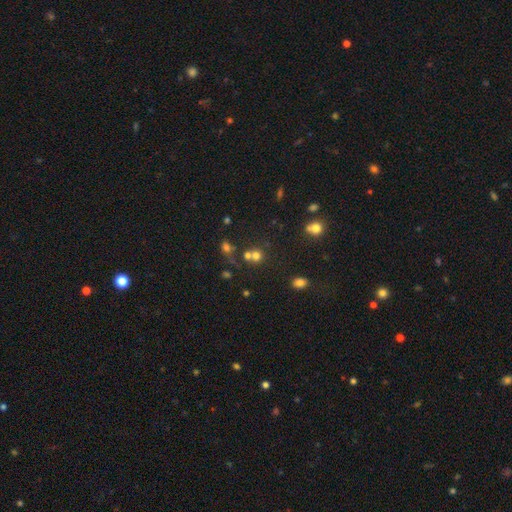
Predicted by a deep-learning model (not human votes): smooth-or-featured: smooth: 67% | star or artifact: 22% | featured or disk: 12%
  how-rounded: round: 84% | in between: 15% | cigar-shaped: 1%
  merging: none: 49% | merger: 38% | minor disturbance: 8% | major disturbance: 5%